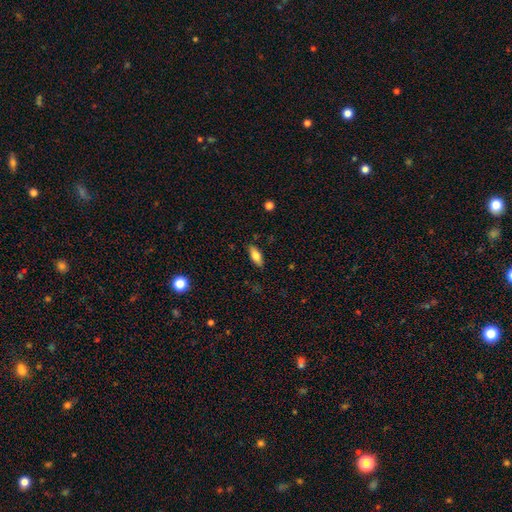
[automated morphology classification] Q: Smooth or featured?
A: smooth (76%); runner-up: featured or disk (16%)
Q: How rounded?
A: in between (77%); runner-up: cigar-shaped (20%)
Q: Merging?
A: none (85%); runner-up: minor disturbance (11%)